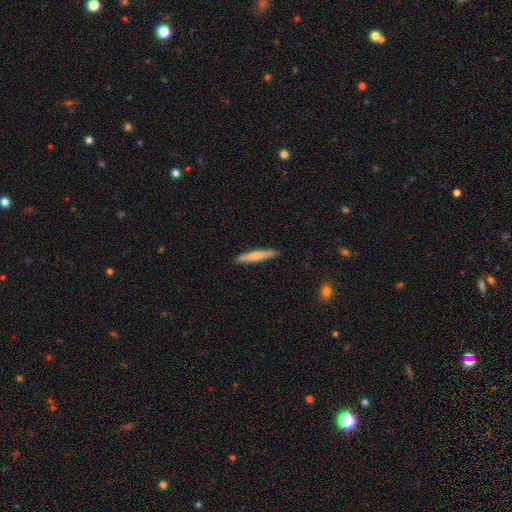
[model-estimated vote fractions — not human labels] smooth 62%, featured or disk 33%, star or artifact 5%. Down the decision tree: how rounded — cigar-shaped (93%); merging — none (91%).